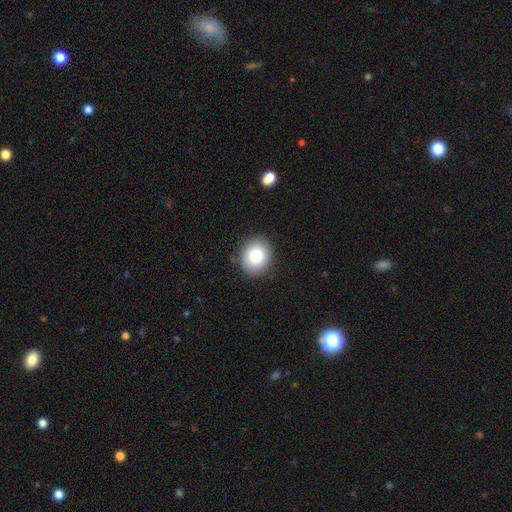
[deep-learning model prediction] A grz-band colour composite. It shows a smooth galaxy with no disk features (82%) that is round (62%). Merging: none (88%).